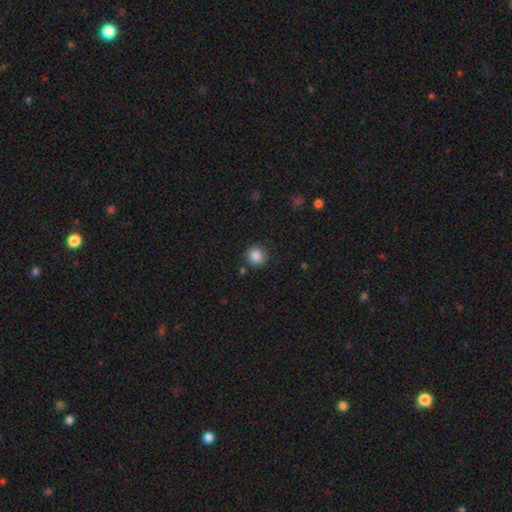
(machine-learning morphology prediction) The model was most divided on "smooth or featured": smooth: 86%, star or artifact: 10%, featured or disk: 4%. More confident: how rounded — round (93%); merging — none (88%).